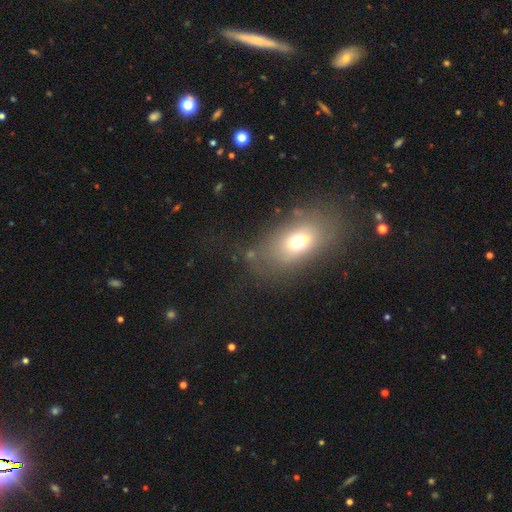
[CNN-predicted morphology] Smooth or featured?
  - smooth: 61% *
  - featured or disk: 19%
  - star or artifact: 19%
How rounded?
  - in between: 77% *
  - round: 19%
  - cigar-shaped: 4%
Merging?
  - none: 64% *
  - minor disturbance: 18%
  - major disturbance: 12%
  - merger: 6%